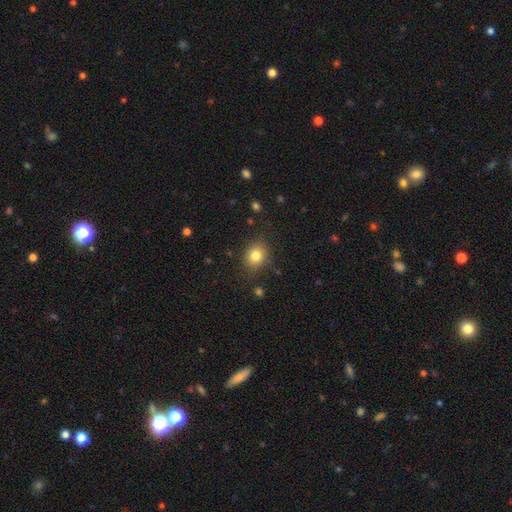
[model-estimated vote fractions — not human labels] A smooth galaxy with no disk features (81%) that is round (64%). Merging: none (84%).